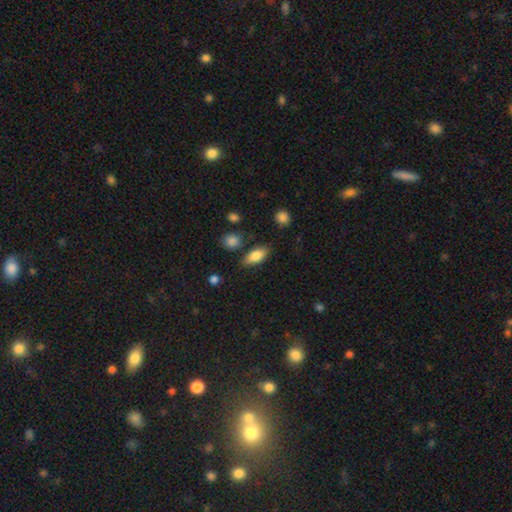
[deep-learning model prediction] Morphology: type=smooth (80%); roundness=in between (84%); merging=none (77%).